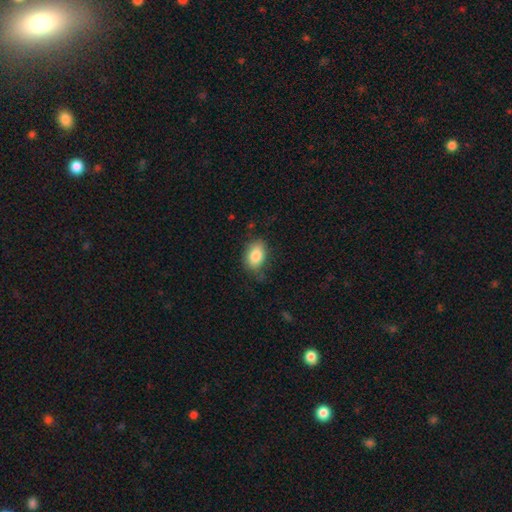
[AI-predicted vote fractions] Smooth or featured?
  - smooth: 85% *
  - featured or disk: 8%
  - star or artifact: 8%
How rounded?
  - in between: 85% *
  - round: 14%
  - cigar-shaped: 1%
Merging?
  - none: 70% *
  - minor disturbance: 22%
  - major disturbance: 6%
  - merger: 2%